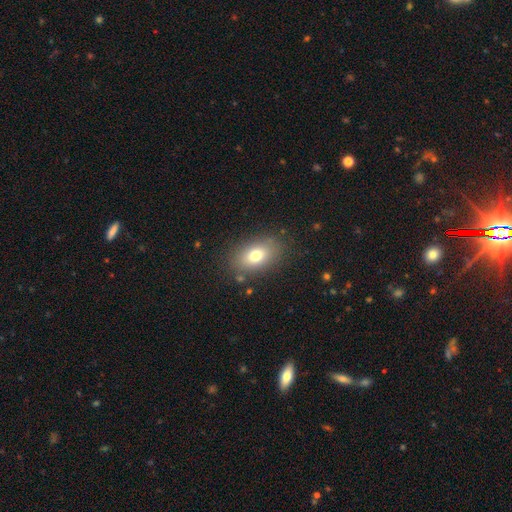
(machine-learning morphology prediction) smooth-or-featured: smooth: 75% | featured or disk: 15% | star or artifact: 10%
  how-rounded: in between: 85% | round: 13% | cigar-shaped: 2%
  merging: none: 83% | minor disturbance: 11% | major disturbance: 4% | merger: 2%